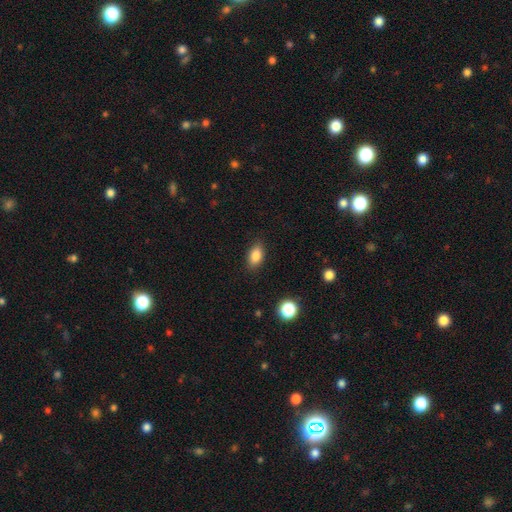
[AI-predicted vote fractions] Morphology: type=smooth (84%); roundness=in between (88%); merging=none (86%).